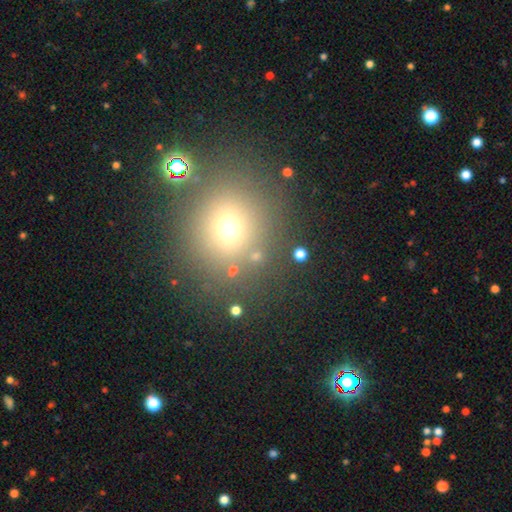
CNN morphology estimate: Q: Smooth or featured?
A: smooth (64%); runner-up: star or artifact (27%)
Q: How rounded?
A: round (87%); runner-up: in between (12%)
Q: Merging?
A: none (80%); runner-up: minor disturbance (8%)